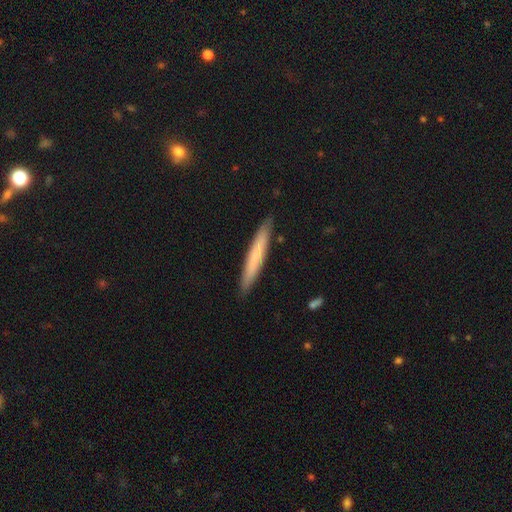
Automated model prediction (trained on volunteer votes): This appears to be a smooth galaxy with no disk features (66%) that is cigar-shaped (96%). Merging: none (90%).